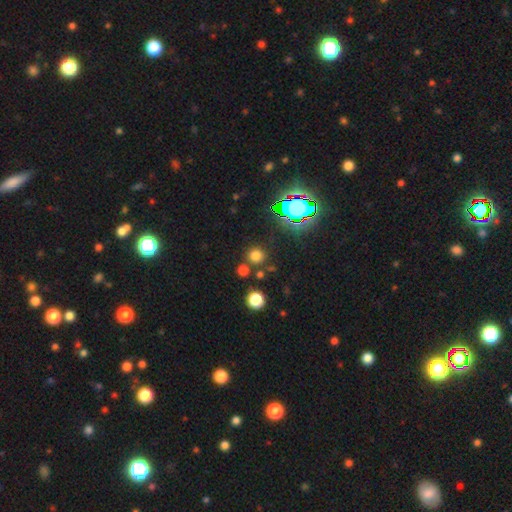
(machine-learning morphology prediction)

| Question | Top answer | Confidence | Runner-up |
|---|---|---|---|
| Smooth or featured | smooth | 70% | star or artifact (24%) |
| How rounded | round | 92% | in between (7%) |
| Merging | none | 80% | merger (9%) |